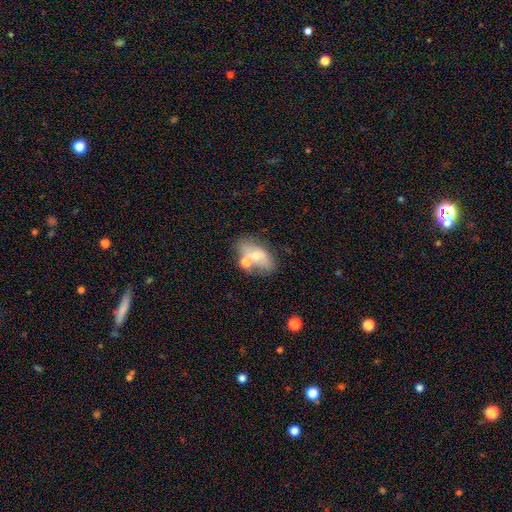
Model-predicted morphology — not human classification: This is possibly a smooth galaxy (53%). How rounded: clearly in between (85%). Merging: marginally none (44%).